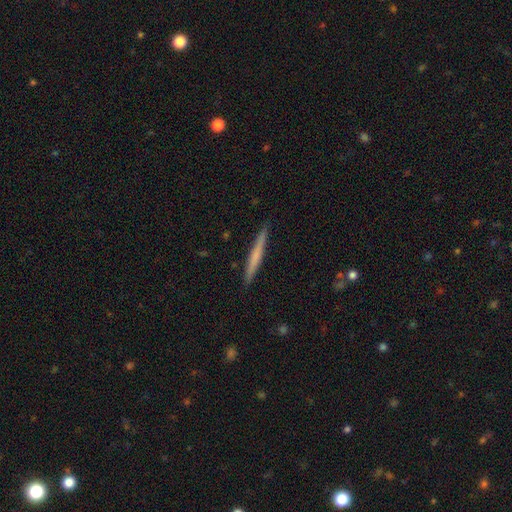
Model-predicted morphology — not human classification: Smooth or featured?
  - smooth: 52% *
  - featured or disk: 43%
  - star or artifact: 5%
How rounded?
  - cigar-shaped: 97% *
  - in between: 2%
  - round: 1%
Merging?
  - none: 91% *
  - minor disturbance: 6%
  - major disturbance: 1%
  - merger: 1%